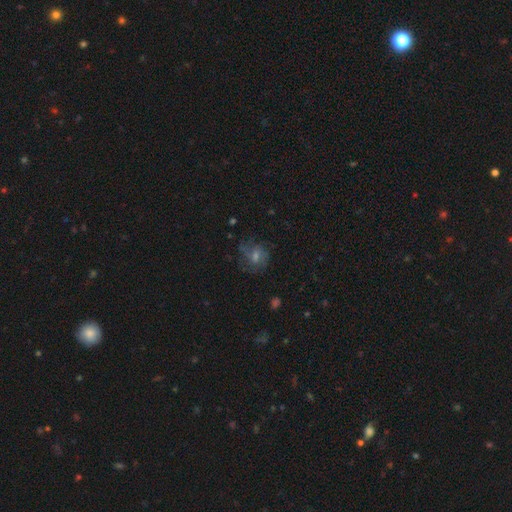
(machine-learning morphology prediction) Smooth or featured: featured or disk — 45% (smooth — 33%)
Merging: none — 63% (minor disturbance — 20%)